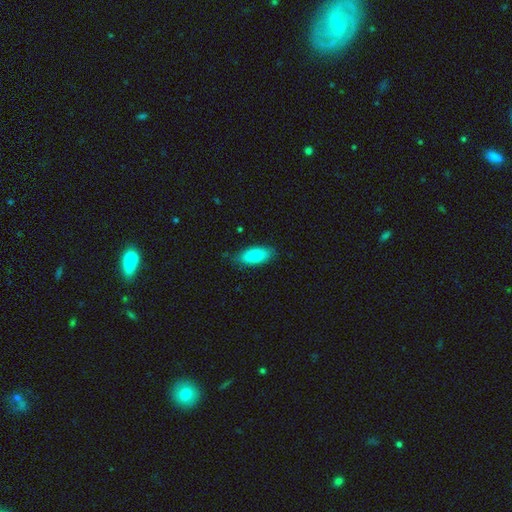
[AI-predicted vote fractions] A smooth galaxy with no disk features (75%) that is in between round and cigar-shaped (89%). Merging: none (79%).